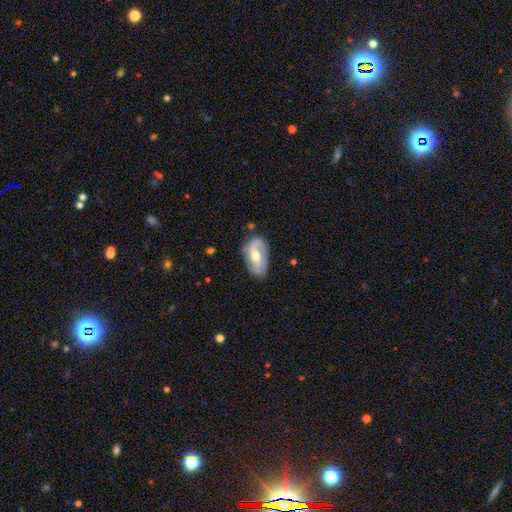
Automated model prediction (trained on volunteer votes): This is likely a featured or disk galaxy (68%). It is clearly not viewed edge-on (94%). Bar: marginally weak (42%). Spiral arm pattern: clearly yes (82%). Spiral arm count: likely 2 (76%). Spiral winding: marginally loose (42%). Central bulge: likely moderate (72%). Merging: likely none (72%).